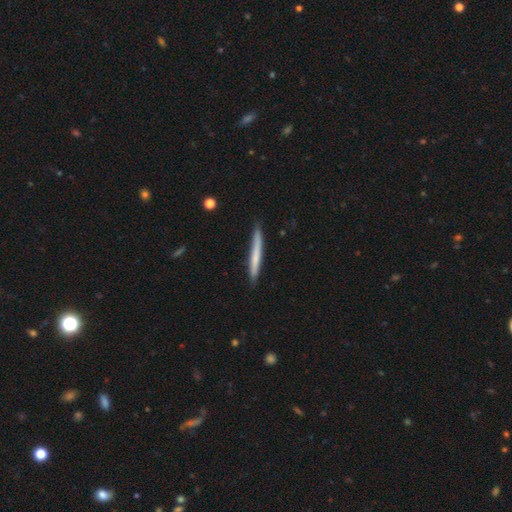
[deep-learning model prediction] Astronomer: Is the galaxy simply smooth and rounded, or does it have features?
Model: smooth — 63%.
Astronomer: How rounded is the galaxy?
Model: cigar-shaped — 97%.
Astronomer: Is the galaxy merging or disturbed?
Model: none — 87%.